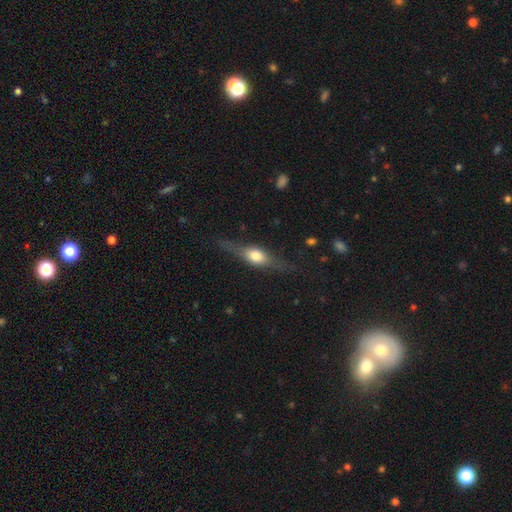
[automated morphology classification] A featured or disk galaxy (57%) viewed edge-on (90%) with a rounded central bulge (91%).

Vote fractions:
- Smooth or featured? featured or disk: 57% / smooth: 36% / star or artifact: 7%
- Edge-on disk? yes: 90% / no: 10%
- Edge-on bulge? rounded: 91% / boxy: 7% / none: 2%
- Merging? none: 77% / minor disturbance: 15% / major disturbance: 6% / merger: 2%